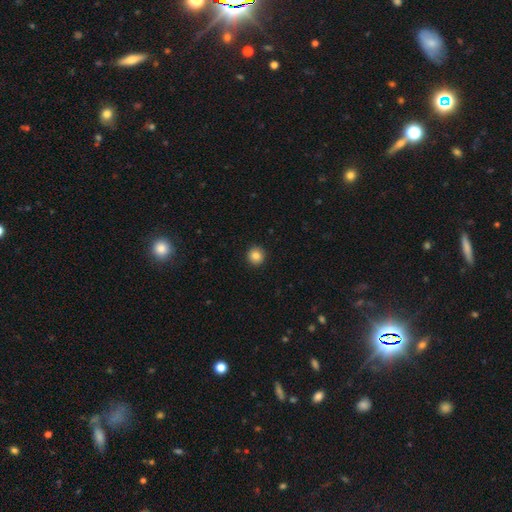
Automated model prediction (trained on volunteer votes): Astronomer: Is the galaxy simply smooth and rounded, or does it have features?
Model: smooth — 84%.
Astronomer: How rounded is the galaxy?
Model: round — 93%.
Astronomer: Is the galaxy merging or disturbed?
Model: none — 93%.